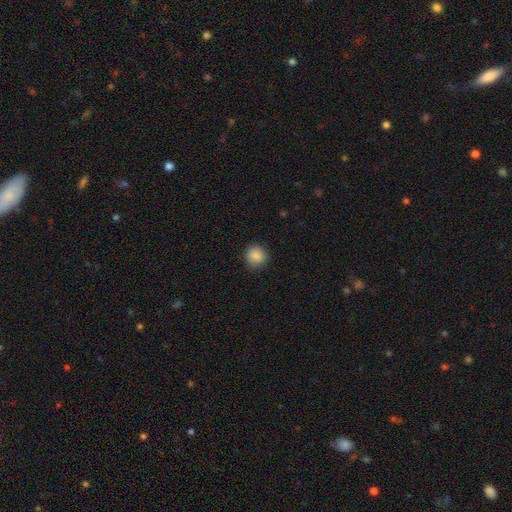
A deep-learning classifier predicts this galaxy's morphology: Q: Smooth or featured?
A: smooth (87%); runner-up: star or artifact (9%)
Q: How rounded?
A: round (87%); runner-up: in between (12%)
Q: Merging?
A: none (89%); runner-up: minor disturbance (8%)